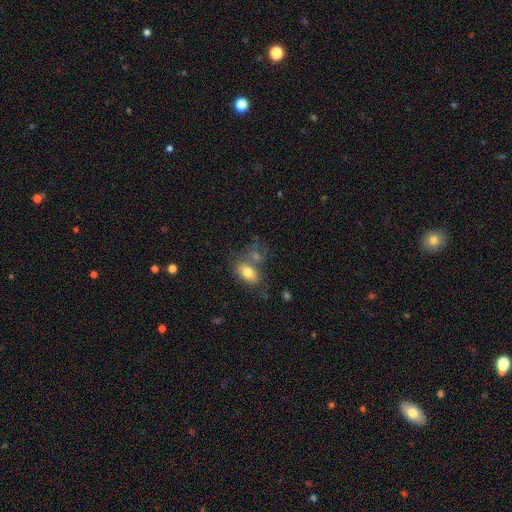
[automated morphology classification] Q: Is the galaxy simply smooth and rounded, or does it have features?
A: smooth — 68%.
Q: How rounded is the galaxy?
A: in between — 84%.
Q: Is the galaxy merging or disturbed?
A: none — 45%.